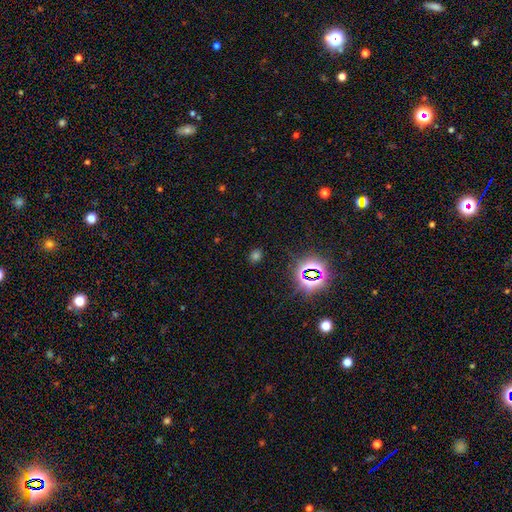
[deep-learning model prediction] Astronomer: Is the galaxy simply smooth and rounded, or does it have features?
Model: star or artifact — 49% (runner-up: smooth, 45%).